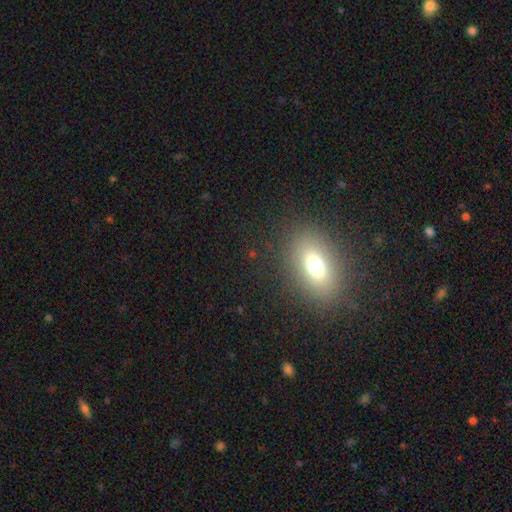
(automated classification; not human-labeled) Q: Smooth or featured?
A: smooth (70%); runner-up: featured or disk (16%)
Q: How rounded?
A: in between (79%); runner-up: round (15%)
Q: Merging?
A: none (89%); runner-up: minor disturbance (7%)